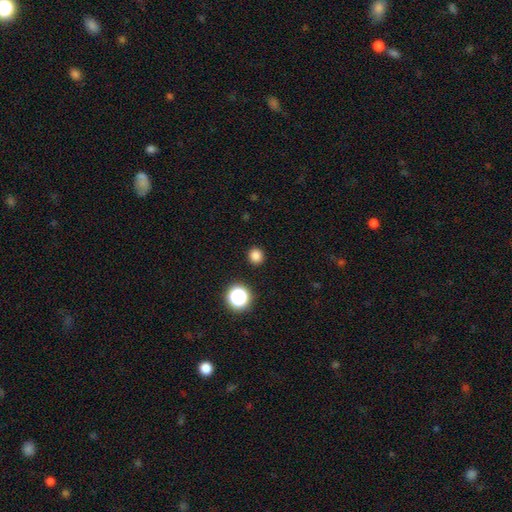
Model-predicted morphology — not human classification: A smooth galaxy with no disk features (82%) that is round (87%). Merging: none (91%).